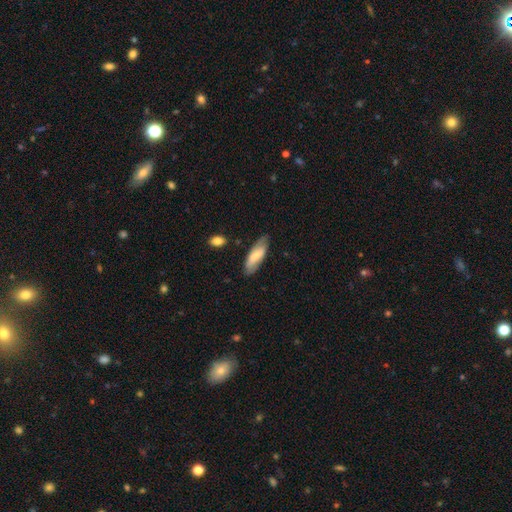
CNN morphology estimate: Smooth or featured? smooth (67%)
How rounded? in between (64%)
Merging? none (74%)